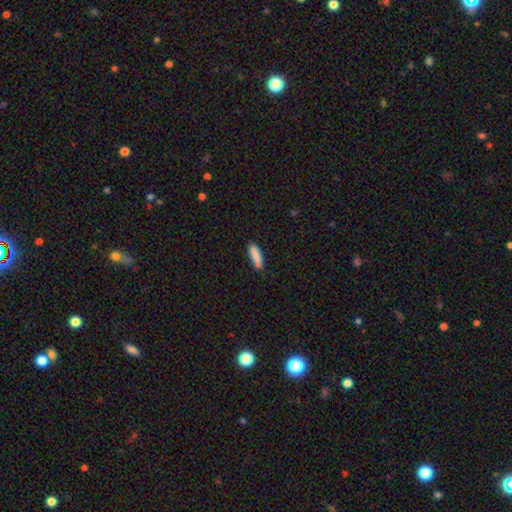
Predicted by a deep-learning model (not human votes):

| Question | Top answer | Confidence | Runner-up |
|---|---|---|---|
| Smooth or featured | smooth | 87% | star or artifact (7%) |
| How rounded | cigar-shaped | 64% | in between (34%) |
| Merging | none | 81% | minor disturbance (14%) |